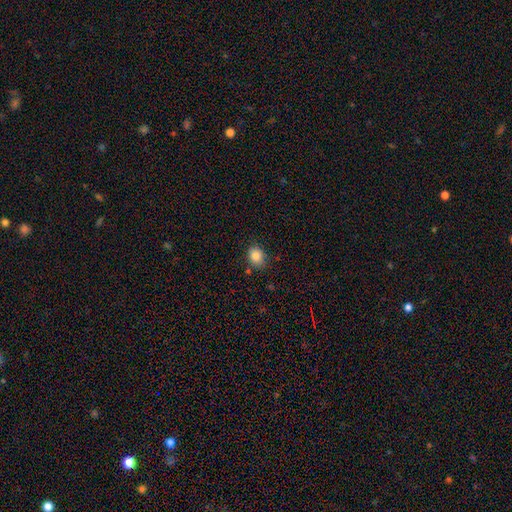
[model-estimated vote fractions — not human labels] Smooth or featured?
  - smooth: 86% *
  - star or artifact: 9%
  - featured or disk: 4%
How rounded?
  - in between: 59% *
  - round: 41%
  - cigar-shaped: 1%
Merging?
  - none: 78% *
  - minor disturbance: 15%
  - major disturbance: 4%
  - merger: 3%